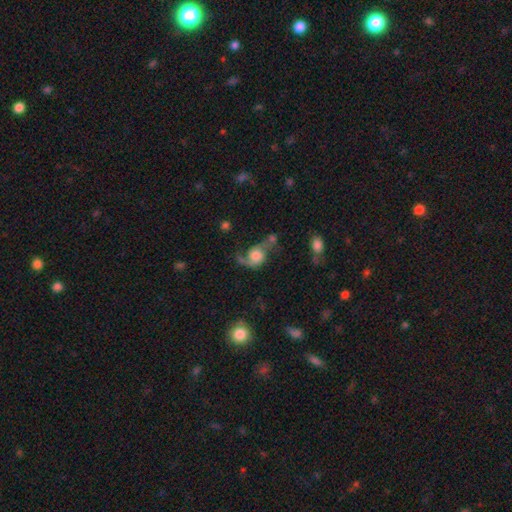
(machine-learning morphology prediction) Overall: featured or disk (60%; smooth 30%). Edge-on disk: no (97%). Bar: no (71%). Spiral arms: yes (89%). Spiral arm count: 2 (73%). Spiral winding: loose (68%). Bulge size: large (36%, tied with moderate). Merging: none (33%; major disturbance 26%).